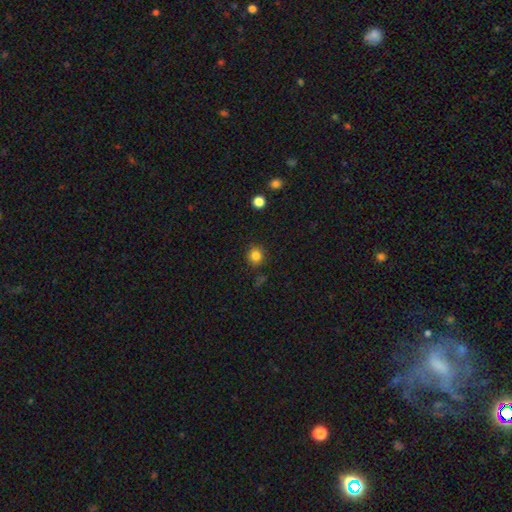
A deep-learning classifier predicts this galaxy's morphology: smooth_or_featured: smooth (p=0.83) [alt: star or artifact p=0.12]
how_rounded: round (p=0.89) [alt: in between p=0.10]
merging: none (p=0.86) [alt: minor disturbance p=0.09]